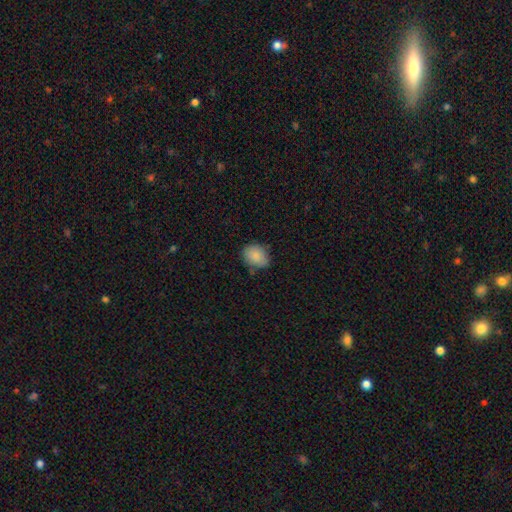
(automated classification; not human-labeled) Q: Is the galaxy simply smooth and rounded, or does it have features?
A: smooth — 87%.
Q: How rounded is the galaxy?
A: in between — 59%.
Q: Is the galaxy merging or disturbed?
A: none — 70%.